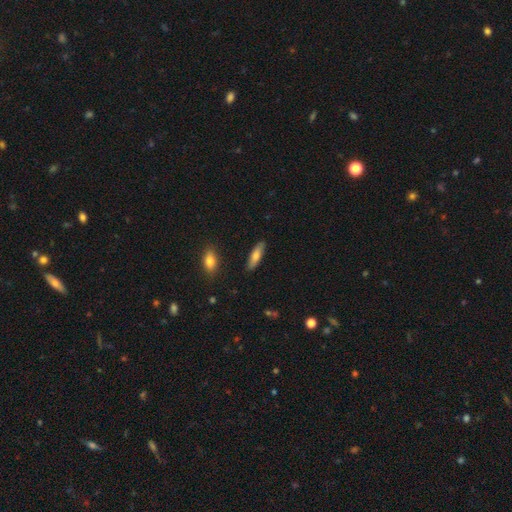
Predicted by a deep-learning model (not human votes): Q: Smooth or featured?
A: smooth (72%); runner-up: featured or disk (21%)
Q: How rounded?
A: cigar-shaped (58%); runner-up: in between (40%)
Q: Merging?
A: none (87%); runner-up: minor disturbance (9%)